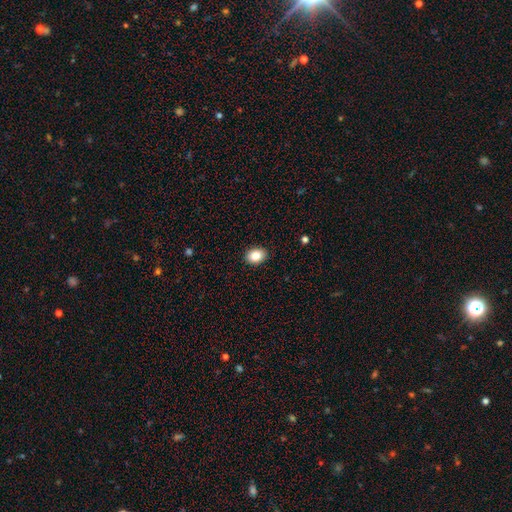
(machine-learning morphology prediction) A smooth galaxy with no disk features (86%) that is in between round and cigar-shaped (68%). Merging: none (90%).